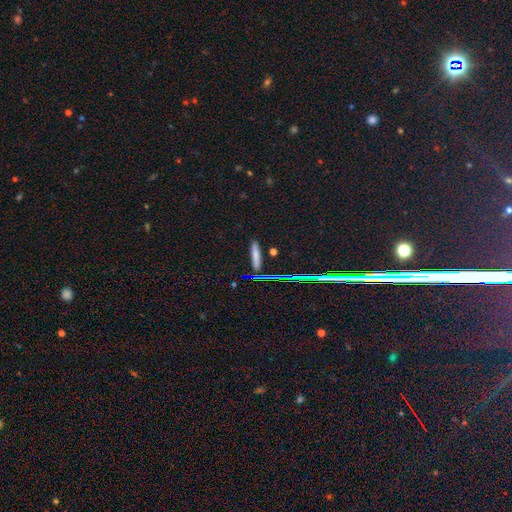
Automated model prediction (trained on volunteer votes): Smooth or featured? smooth (70%)
How rounded? cigar-shaped (87%)
Merging? none (83%)